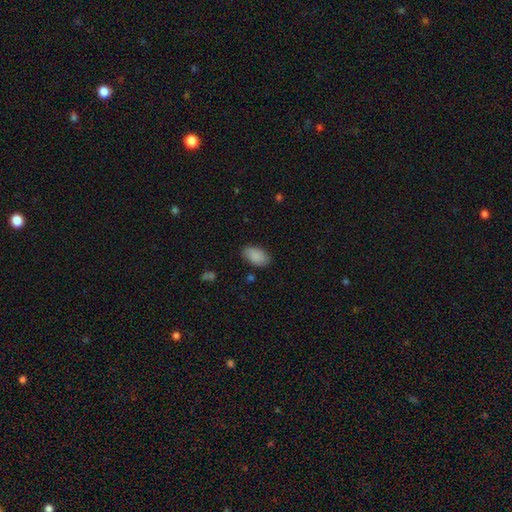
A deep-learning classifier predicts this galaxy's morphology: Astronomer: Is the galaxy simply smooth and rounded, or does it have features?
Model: smooth — 88%.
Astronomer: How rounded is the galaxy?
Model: in between — 94%.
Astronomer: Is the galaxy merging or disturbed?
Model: none — 83%.